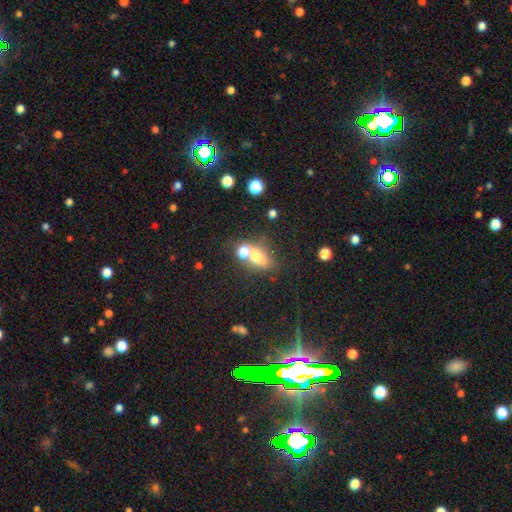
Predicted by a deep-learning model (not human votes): Smooth or featured? Predicted: smooth (p=0.66). How rounded? Predicted: in between (p=0.67). Merging? Predicted: merger (p=0.48).